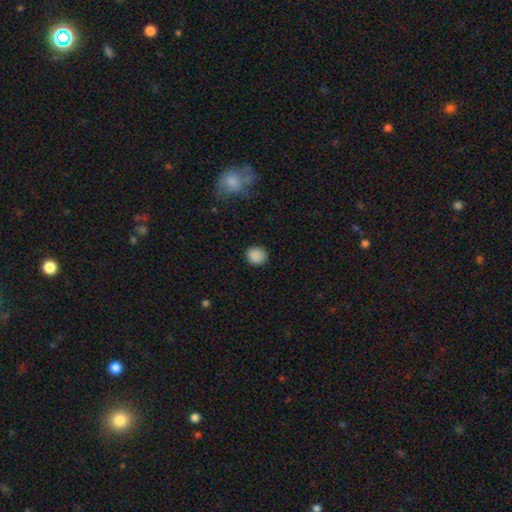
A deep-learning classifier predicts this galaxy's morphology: type=smooth (87%); roundness=round (85%); merging=none (88%).